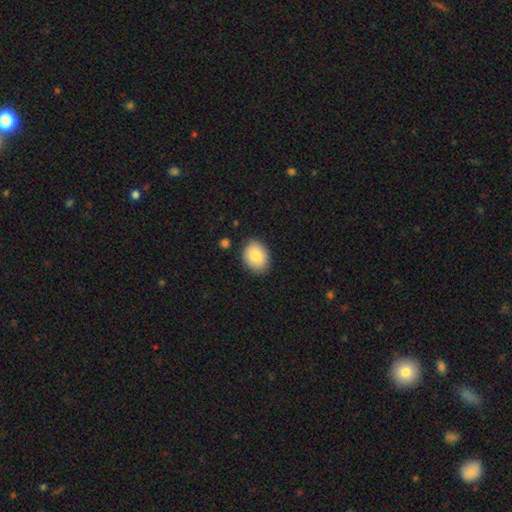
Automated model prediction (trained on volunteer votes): Smooth or featured? smooth (84%)
How rounded? in between (69%)
Merging? none (85%)